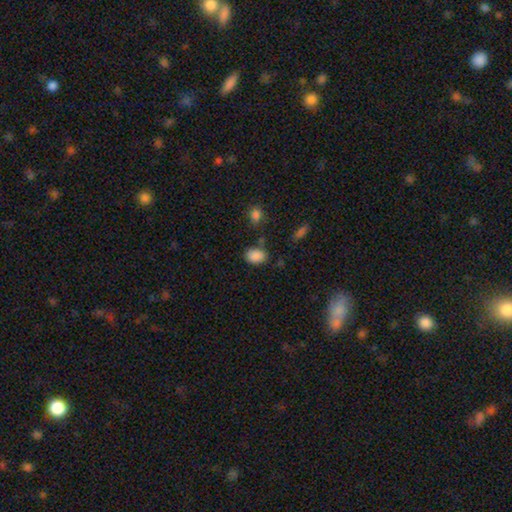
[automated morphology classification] type=smooth (87%); roundness=in between (80%); merging=none (72%).